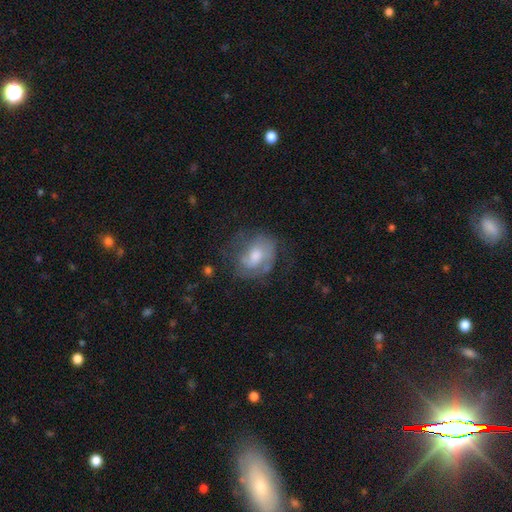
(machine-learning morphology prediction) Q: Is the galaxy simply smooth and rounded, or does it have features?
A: featured or disk — 58%.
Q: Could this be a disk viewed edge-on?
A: no — 97%.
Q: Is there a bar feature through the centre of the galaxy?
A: no — 59%.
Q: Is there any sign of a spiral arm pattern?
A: yes — 75%.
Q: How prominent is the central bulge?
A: moderate — 61%.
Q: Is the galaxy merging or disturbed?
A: none — 57%.